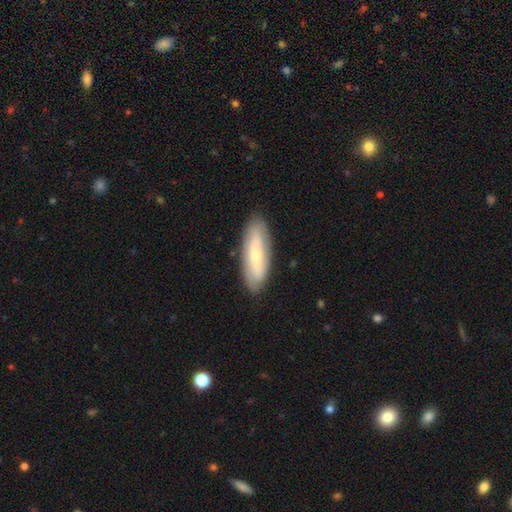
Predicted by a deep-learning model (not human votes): A smooth galaxy with no disk features (53%) that is in between round and cigar-shaped (57%).

Vote fractions:
- Smooth or featured? smooth: 53% / featured or disk: 40% / star or artifact: 7%
- How rounded? in between: 57% / cigar-shaped: 40% / round: 2%
- Merging? none: 85% / minor disturbance: 11% / major disturbance: 3% / merger: 1%